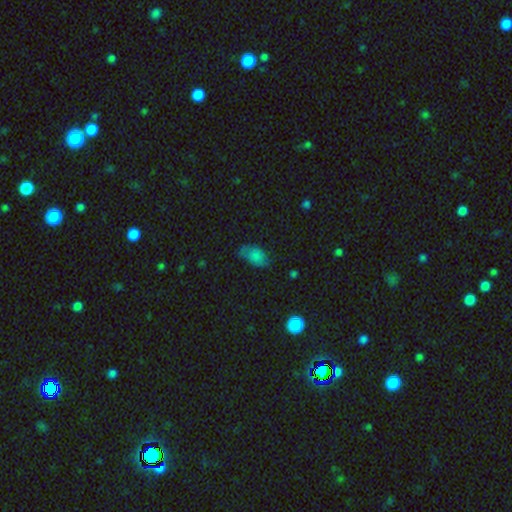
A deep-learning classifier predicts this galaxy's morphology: Overall: smooth (73%). How rounded: in between (91%). Merging: none (55%; minor disturbance 31%).